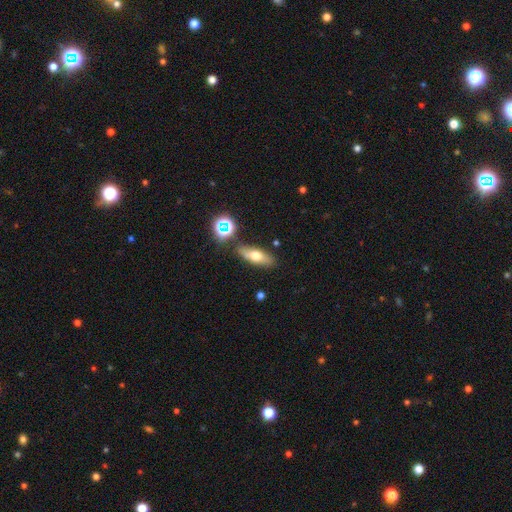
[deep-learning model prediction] A smooth galaxy with no disk features (59%) that is in between round and cigar-shaped (64%).

Vote fractions:
- Smooth or featured? smooth: 59% / featured or disk: 30% / star or artifact: 10%
- How rounded? in between: 64% / cigar-shaped: 30% / round: 6%
- Merging? none: 79% / minor disturbance: 12% / merger: 6% / major disturbance: 3%